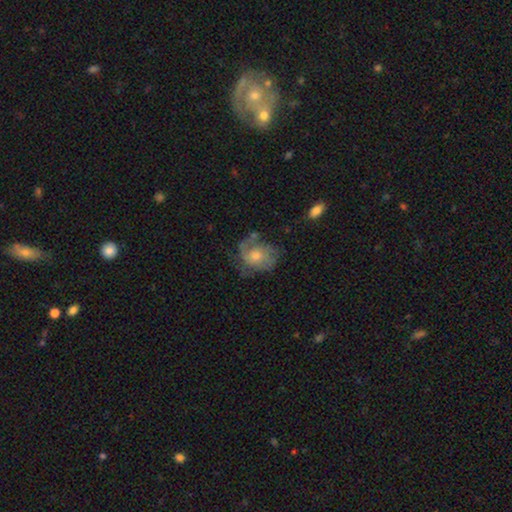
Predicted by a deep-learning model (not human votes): Smooth or featured?
  - featured or disk: 67% *
  - smooth: 24%
  - star or artifact: 9%
Edge-on disk?
  - no: 97% *
  - yes: 3%
Bar?
  - no: 78% *
  - weak: 19%
  - strong: 3%
Spiral arms?
  - yes: 83% *
  - no: 17%
Spiral winding?
  - tight: 40% * (tied)
  - medium: 40% * (tied)
  - loose: 20%
Spiral arm count?
  - can't tell: 33% *
  - 2: 30%
  - 3: 20%
  - 1: 9%
  - 4: 5%
  - more than 4: 4%
Bulge size?
  - moderate: 55% *
  - small: 38%
  - large: 4%
  - none: 2%
  - dominant: 1%
Merging?
  - none: 56% *
  - minor disturbance: 24%
  - major disturbance: 17%
  - merger: 4%